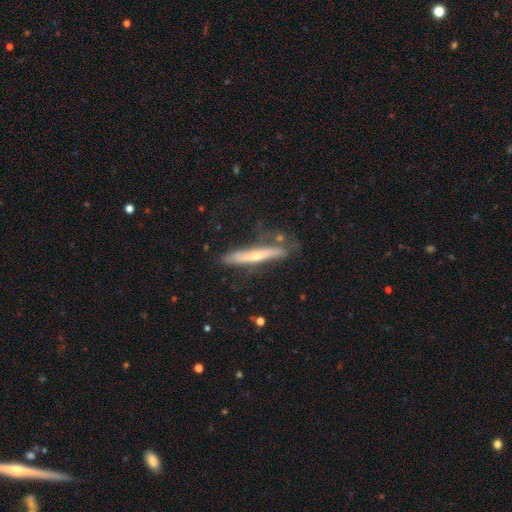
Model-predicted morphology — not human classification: Q: Smooth or featured?
A: featured or disk (58%); runner-up: smooth (36%)
Q: Edge-on disk?
A: yes (88%); runner-up: no (12%)
Q: Edge-on bulge?
A: rounded (67%); runner-up: none (29%)
Q: Merging?
A: none (68%); runner-up: minor disturbance (20%)